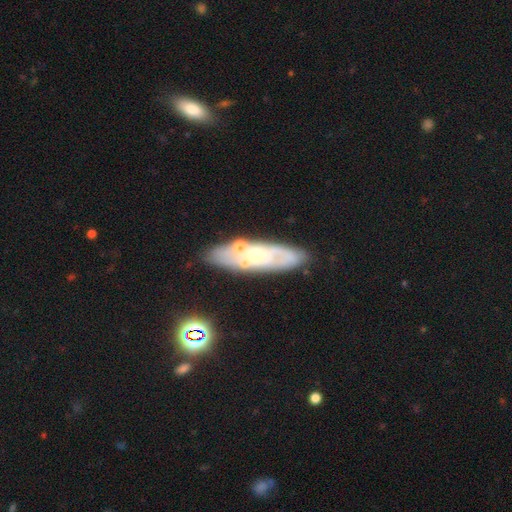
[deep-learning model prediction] featured or disk 65%, smooth 25%, star or artifact 10%. Down the decision tree: edge-on disk — no (75%); merging — none (69%).